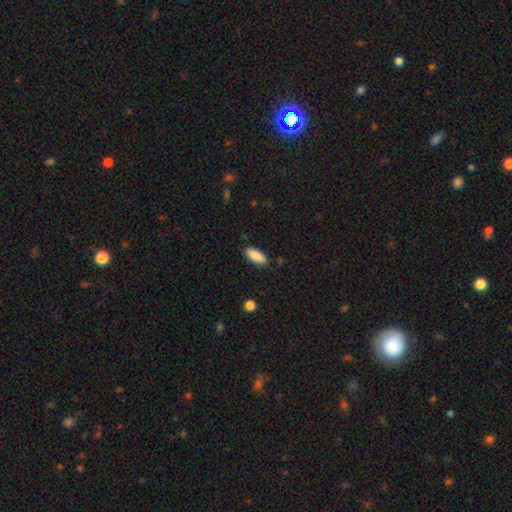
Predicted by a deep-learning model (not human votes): A smooth galaxy with no disk features (89%) that is in between round and cigar-shaped (81%).

Vote fractions:
- Smooth or featured? smooth: 89% / star or artifact: 7% / featured or disk: 4%
- How rounded? in between: 81% / cigar-shaped: 18% / round: 2%
- Merging? none: 85% / minor disturbance: 11% / major disturbance: 2% / merger: 1%